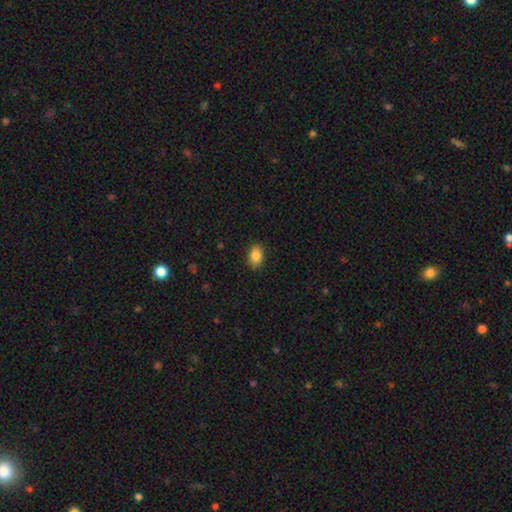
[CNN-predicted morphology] Smooth or featured? smooth (85%)
How rounded? in between (86%)
Merging? none (88%)